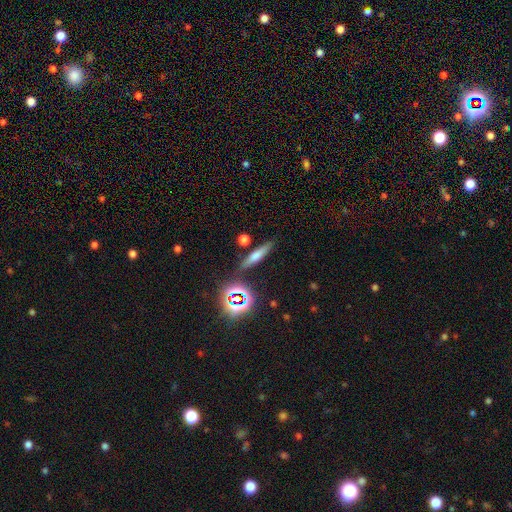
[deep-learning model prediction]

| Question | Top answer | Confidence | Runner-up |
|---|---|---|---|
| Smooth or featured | smooth | 52% | featured or disk (27%) |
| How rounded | cigar-shaped | 79% | in between (14%) |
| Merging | none | 82% | minor disturbance (10%) |